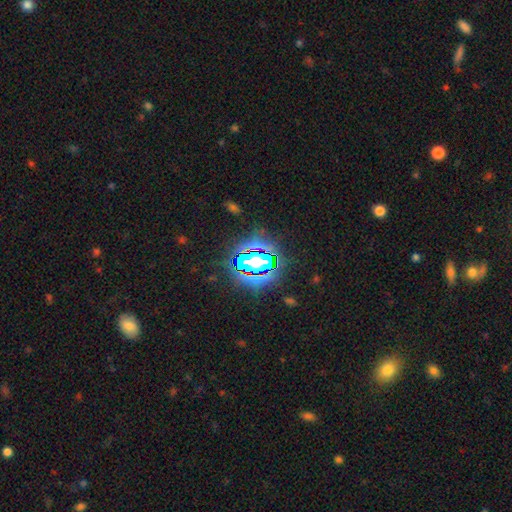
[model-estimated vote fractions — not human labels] star or artifact 80%, smooth 12%, featured or disk 8%.